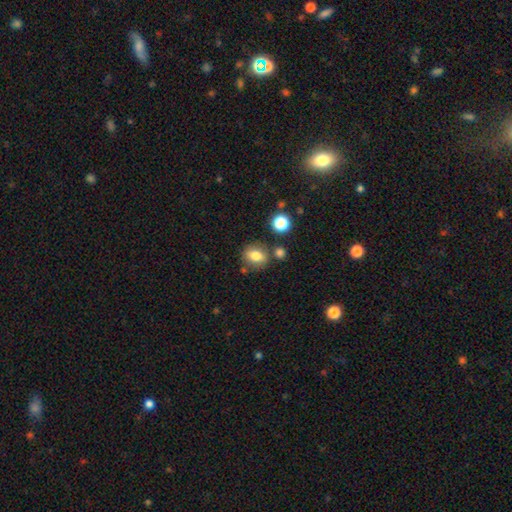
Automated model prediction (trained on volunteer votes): Q: Smooth or featured?
A: smooth (78%); runner-up: star or artifact (11%)
Q: How rounded?
A: round (50%); runner-up: in between (49%)
Q: Merging?
A: none (73%); runner-up: minor disturbance (13%)